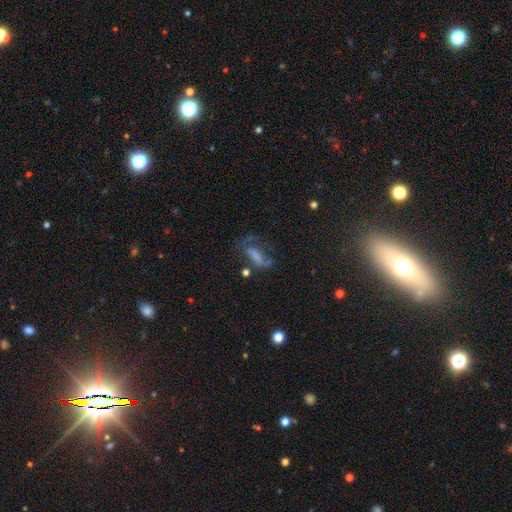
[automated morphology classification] Q: Smooth or featured?
A: featured or disk (41%); runner-up: smooth (32%)
Q: Merging?
A: none (43%); runner-up: major disturbance (31%)